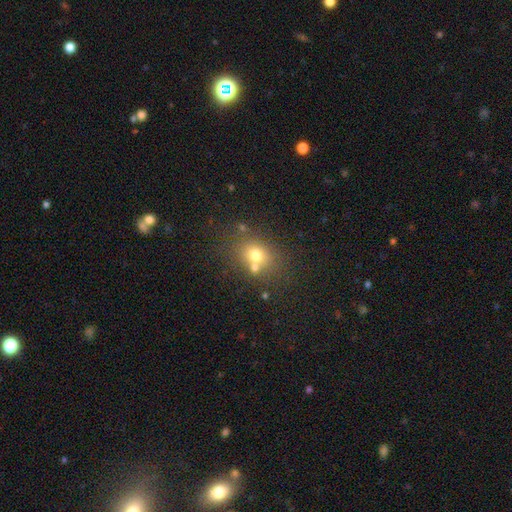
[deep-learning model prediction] This appears to be a smooth galaxy with no disk features (69%) that is round (56%). Merging: none (58%).